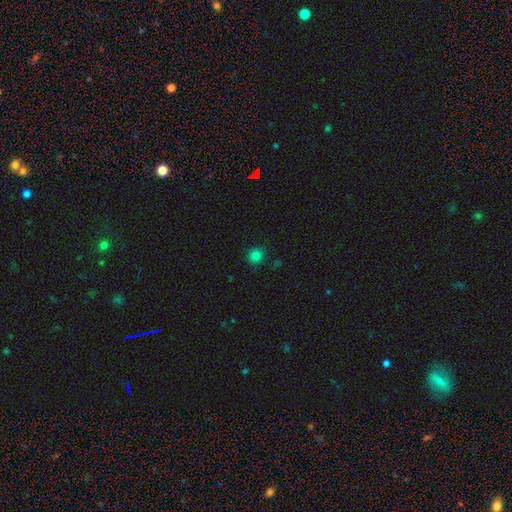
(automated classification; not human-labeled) smooth 81%, star or artifact 15%, featured or disk 4%. Down the decision tree: how rounded — round (83%); merging — none (87%).